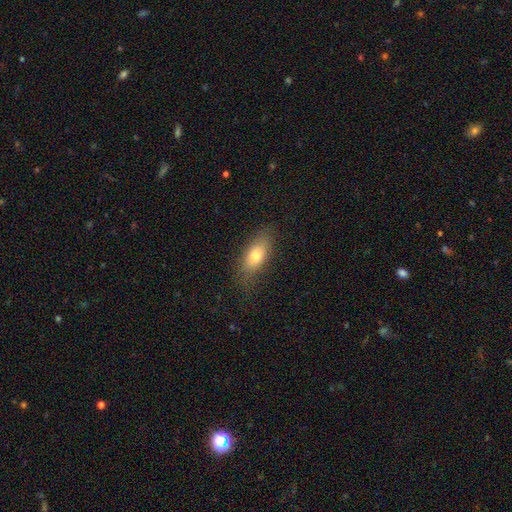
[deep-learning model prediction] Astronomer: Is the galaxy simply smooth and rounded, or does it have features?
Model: smooth — 75%.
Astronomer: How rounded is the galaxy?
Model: in between — 79%.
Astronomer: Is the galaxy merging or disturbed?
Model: none — 77%.